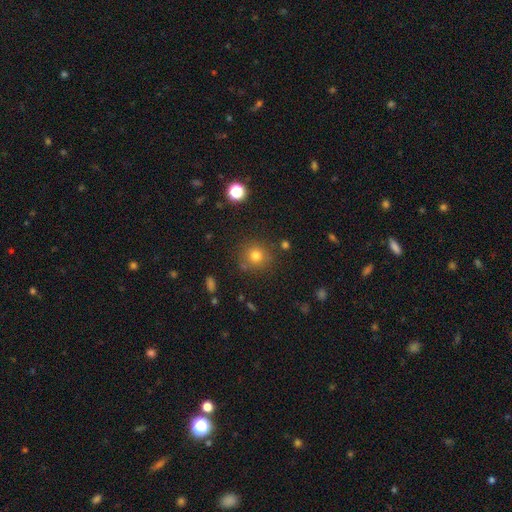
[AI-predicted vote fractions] The model was most divided on "smooth or featured": smooth: 77%, star or artifact: 15%, featured or disk: 8%. More confident: how rounded — round (91%); merging — none (83%).